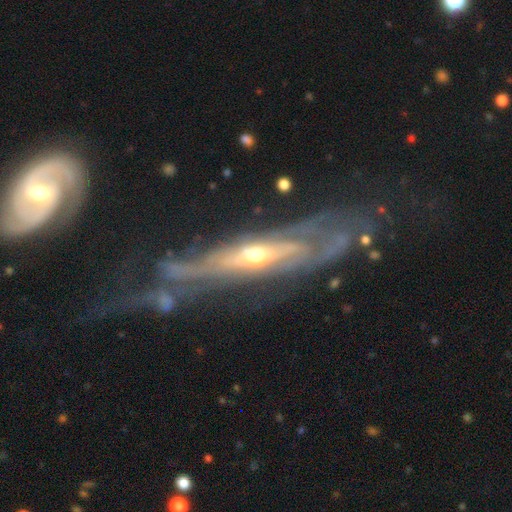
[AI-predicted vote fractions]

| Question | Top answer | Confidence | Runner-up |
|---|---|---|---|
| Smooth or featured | featured or disk | 86% | smooth (9%) |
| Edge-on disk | no | 60% | yes (40%) |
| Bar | no | 60% | weak (23%) |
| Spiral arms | yes | 77% | no (23%) |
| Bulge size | moderate | 58% | small (35%) |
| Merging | none | 45% | major disturbance (27%) |